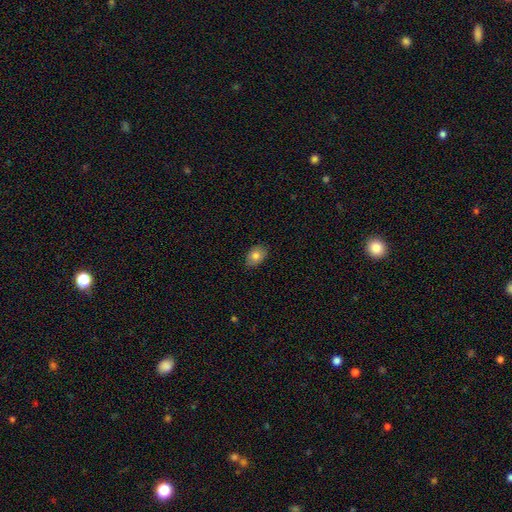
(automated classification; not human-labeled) Q: Smooth or featured?
A: smooth (79%); runner-up: featured or disk (13%)
Q: How rounded?
A: in between (82%); runner-up: round (17%)
Q: Merging?
A: none (84%); runner-up: minor disturbance (13%)